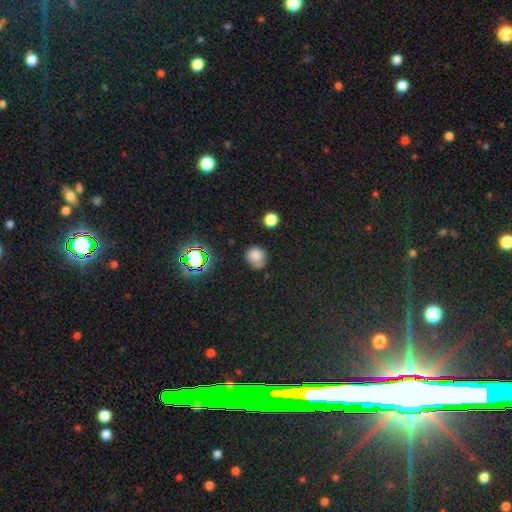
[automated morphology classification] smooth 76%, star or artifact 17%, featured or disk 7%. Down the decision tree: how rounded — round (75%); merging — none (66%).